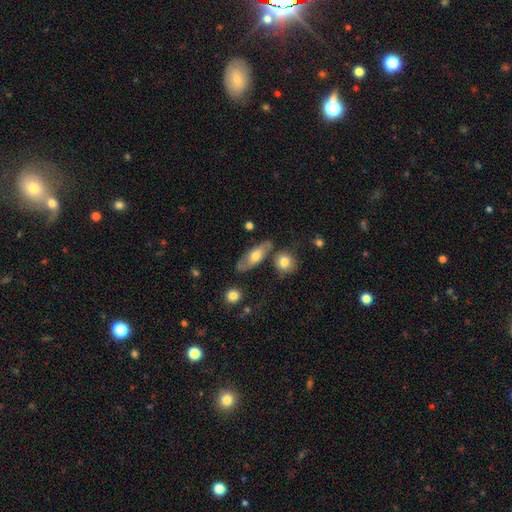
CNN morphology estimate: smooth-or-featured: smooth: 56% | featured or disk: 38% | star or artifact: 6%
  how-rounded: in between: 69% | cigar-shaped: 25% | round: 6%
  merging: none: 69% | minor disturbance: 16% | merger: 10% | major disturbance: 5%